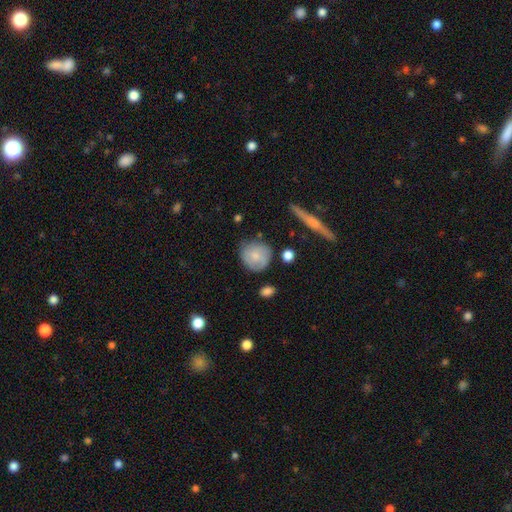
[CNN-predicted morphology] Smooth or featured? smooth (74%)
How rounded? round (87%)
Merging? none (69%)